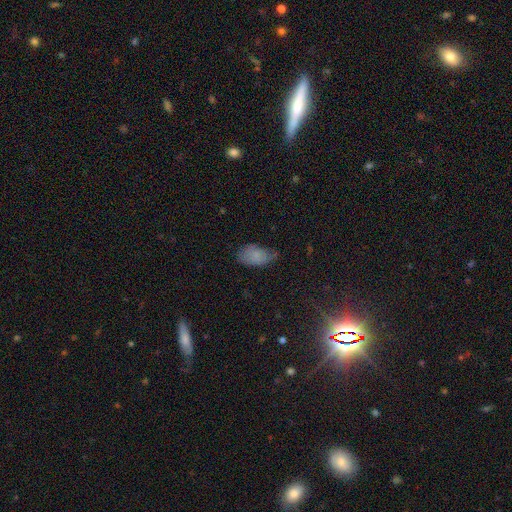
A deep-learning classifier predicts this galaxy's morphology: Q: Smooth or featured?
A: smooth (78%); runner-up: featured or disk (12%)
Q: How rounded?
A: in between (93%); runner-up: round (5%)
Q: Merging?
A: none (45%); runner-up: minor disturbance (40%)